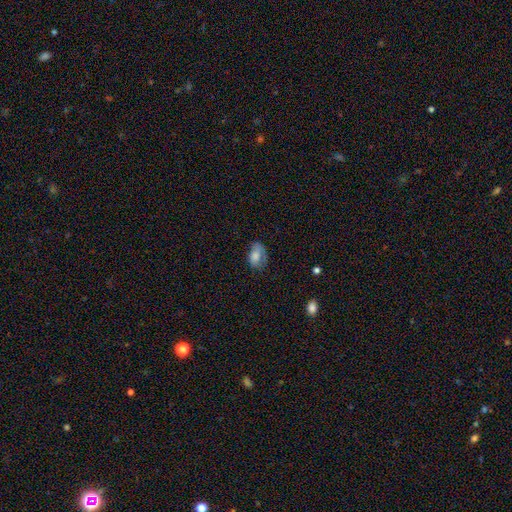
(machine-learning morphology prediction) A smooth galaxy with no disk features (76%) that is in between round and cigar-shaped (87%). Merging: none (48%).